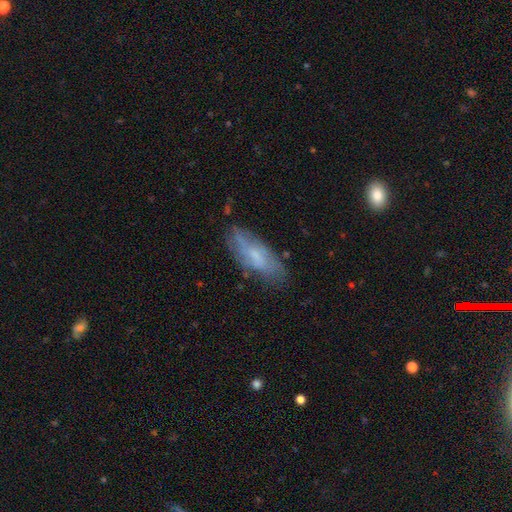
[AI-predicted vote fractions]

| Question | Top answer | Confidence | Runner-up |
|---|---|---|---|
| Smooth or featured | smooth | 51% | featured or disk (41%) |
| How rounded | in between | 63% | cigar-shaped (35%) |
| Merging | none | 67% | minor disturbance (24%) |